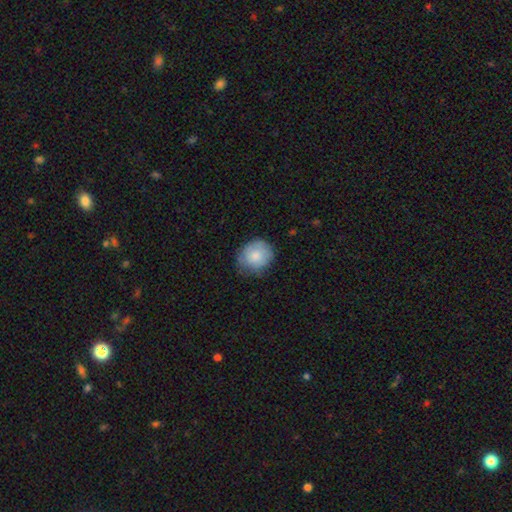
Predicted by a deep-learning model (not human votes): A smooth galaxy with no disk features (80%) that is round (75%). Merging: none (68%).